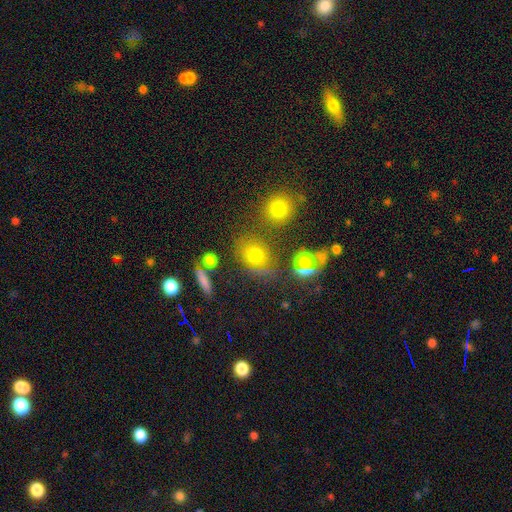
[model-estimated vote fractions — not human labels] This is possibly a smooth galaxy (52%). How rounded: possibly round (56%). Merging: likely none (65%).